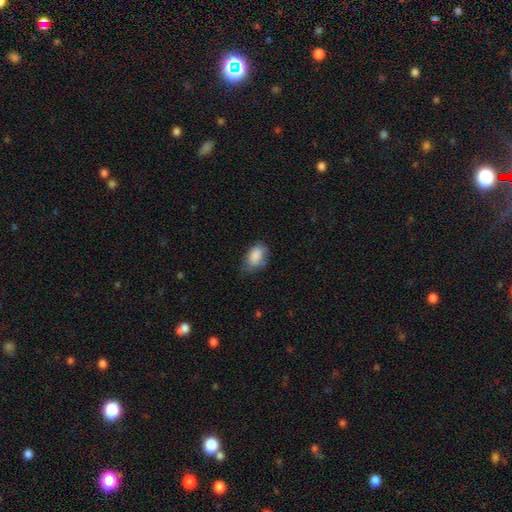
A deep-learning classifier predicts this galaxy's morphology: A smooth galaxy with no disk features (87%) that is in between round and cigar-shaped (90%).

Vote fractions:
- Smooth or featured? smooth: 87% / star or artifact: 7% / featured or disk: 6%
- How rounded? in between: 90% / round: 8% / cigar-shaped: 2%
- Merging? none: 59% / minor disturbance: 32% / major disturbance: 8% / merger: 2%